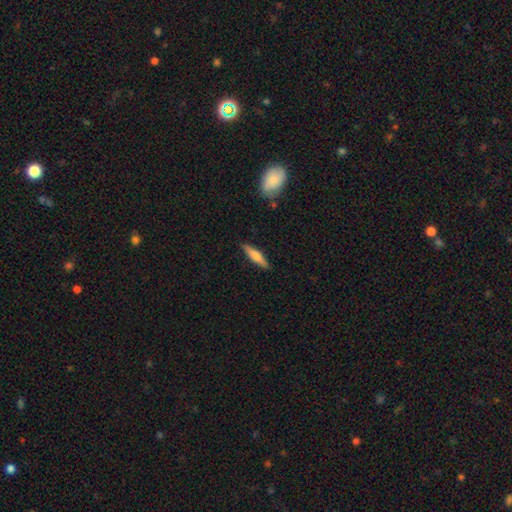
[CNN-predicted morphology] Smooth or featured?
  - smooth: 58% *
  - featured or disk: 36%
  - star or artifact: 6%
How rounded?
  - cigar-shaped: 79% *
  - in between: 19%
  - round: 2%
Merging?
  - none: 88% *
  - minor disturbance: 9%
  - major disturbance: 2%
  - merger: 2%